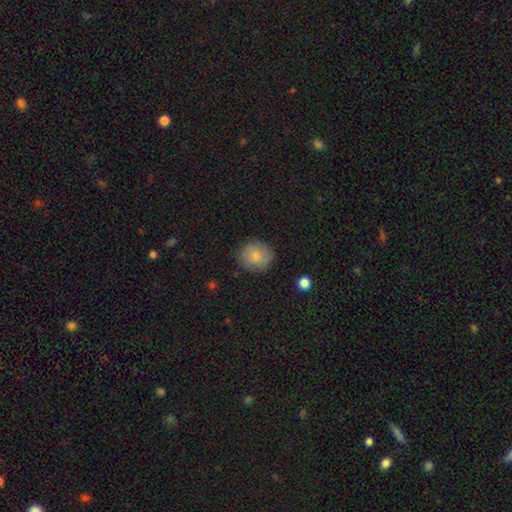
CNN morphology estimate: Smooth or featured? Predicted: smooth (p=0.77). How rounded? Predicted: round (p=0.83). Merging? Predicted: none (p=0.80).